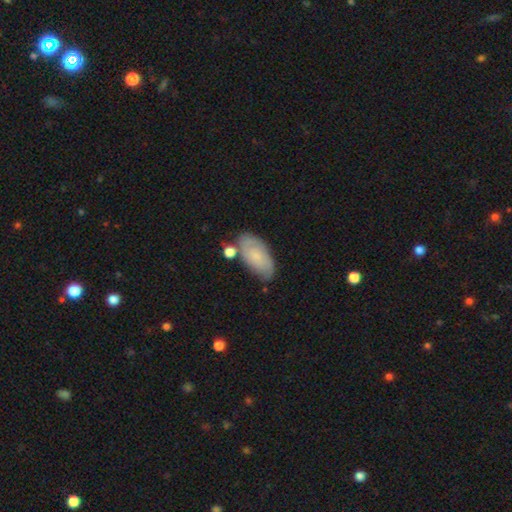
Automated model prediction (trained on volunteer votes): Smooth or featured: smooth — 57% (featured or disk — 36%)
How rounded: in between — 91% (cigar-shaped — 5%)
Merging: none — 62% (minor disturbance — 22%)